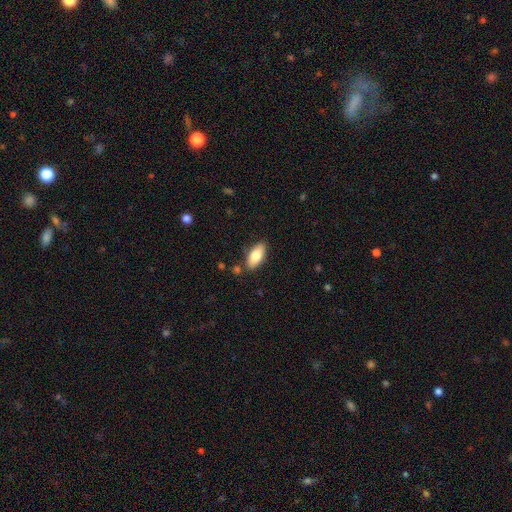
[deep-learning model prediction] The model was most divided on "smooth or featured": smooth: 80%, featured or disk: 13%, star or artifact: 6%. More confident: how rounded — in between (87%); merging — none (84%).